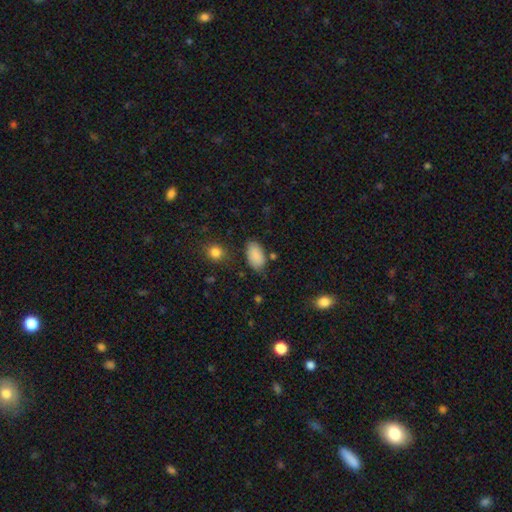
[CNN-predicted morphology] Smooth or featured?
  - smooth: 88% *
  - star or artifact: 8%
  - featured or disk: 5%
How rounded?
  - in between: 94% *
  - round: 5%
  - cigar-shaped: 2%
Merging?
  - none: 73% *
  - minor disturbance: 18%
  - major disturbance: 5%
  - merger: 4%